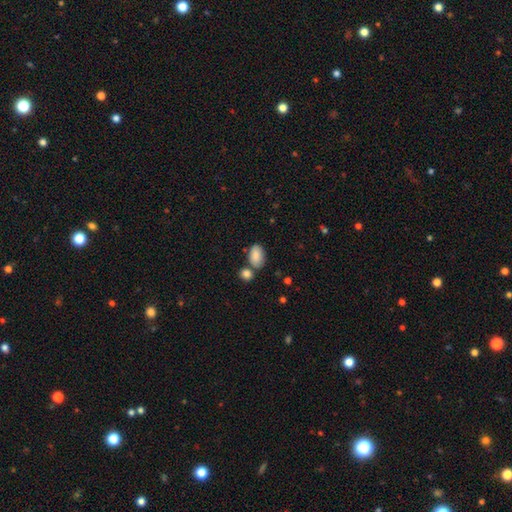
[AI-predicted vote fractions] This appears to be a smooth galaxy with no disk features (84%) that is in between round and cigar-shaped (90%). Merging: none (60%).